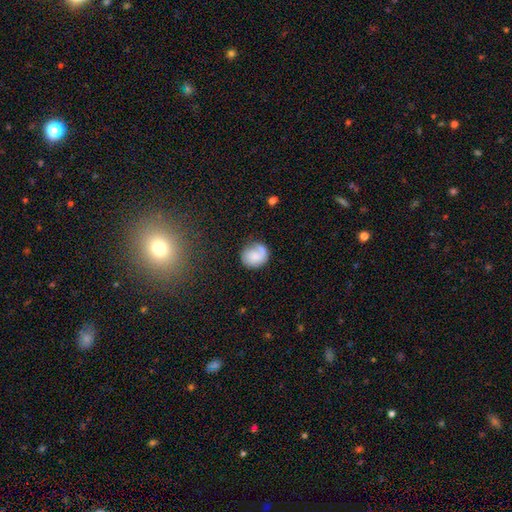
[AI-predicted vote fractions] Smooth or featured? Predicted: smooth (p=0.61). How rounded? Predicted: round (p=0.75). Merging? Predicted: none (p=0.63).